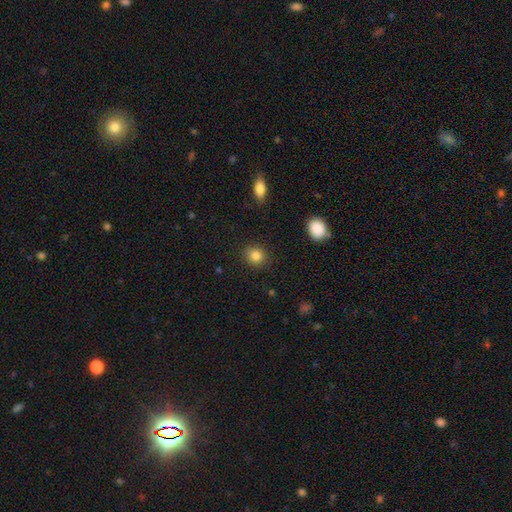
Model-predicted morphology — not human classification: Overall: smooth (84%). How rounded: round (77%). Merging: none (88%).